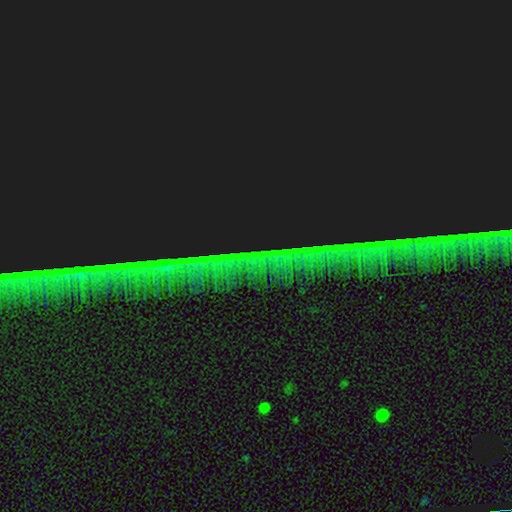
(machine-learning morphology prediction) smooth_or_featured: star or artifact (p=0.87) [alt: featured or disk p=0.07]